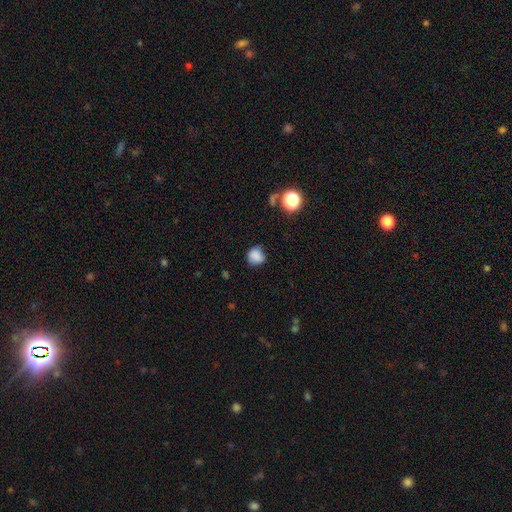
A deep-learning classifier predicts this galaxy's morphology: Smooth or featured: smooth — 84% (star or artifact — 11%)
How rounded: round — 80% (in between — 19%)
Merging: none — 71% (minor disturbance — 22%)